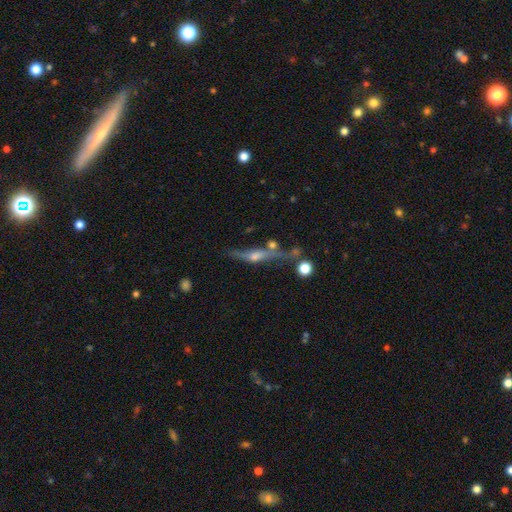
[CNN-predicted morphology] A featured or disk galaxy (75%) viewed edge-on (93%) with a rounded central bulge (86%). Merging: none (63%).